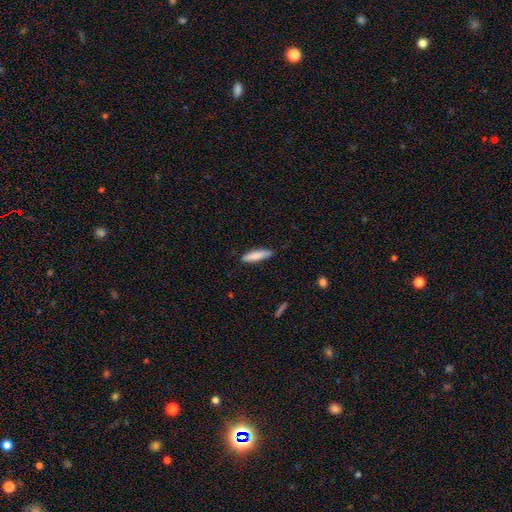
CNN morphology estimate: This appears to be a smooth galaxy with no disk features (84%) that is cigar-shaped (75%). Merging: none (83%).